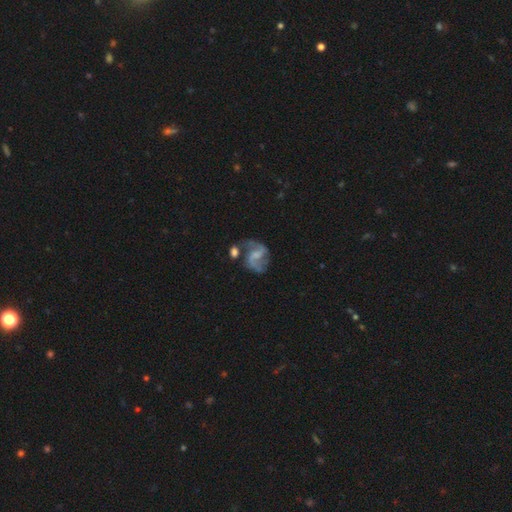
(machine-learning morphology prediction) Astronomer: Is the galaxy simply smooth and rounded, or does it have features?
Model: featured or disk — 83%.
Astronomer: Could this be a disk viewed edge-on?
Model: no — 98%.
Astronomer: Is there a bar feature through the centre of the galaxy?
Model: weak — 51% (runner-up: no, 31%).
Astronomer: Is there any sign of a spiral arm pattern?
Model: yes — 94%.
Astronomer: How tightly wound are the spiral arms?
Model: loose — 46% (runner-up: medium, 45%).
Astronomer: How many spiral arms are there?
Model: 2 — 88%.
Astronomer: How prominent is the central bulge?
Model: none — 42% (runner-up: small, 32%).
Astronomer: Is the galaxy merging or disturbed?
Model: none — 53%.